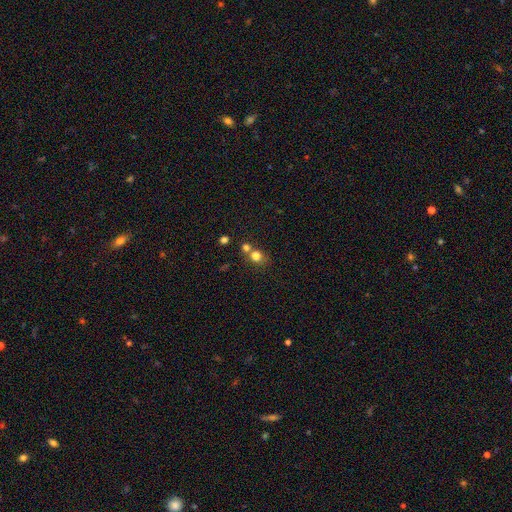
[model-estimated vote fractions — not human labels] Smooth or featured?
  - smooth: 77% *
  - star or artifact: 13%
  - featured or disk: 10%
How rounded?
  - round: 76% *
  - in between: 23%
  - cigar-shaped: 1%
Merging?
  - none: 48% *
  - merger: 39%
  - minor disturbance: 9%
  - major disturbance: 4%